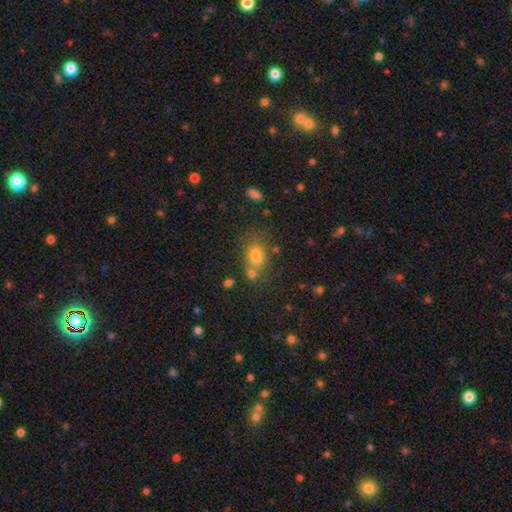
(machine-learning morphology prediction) Overall: smooth (75%). How rounded: in between (59%; round 40%). Merging: none (58%; merger 22%).